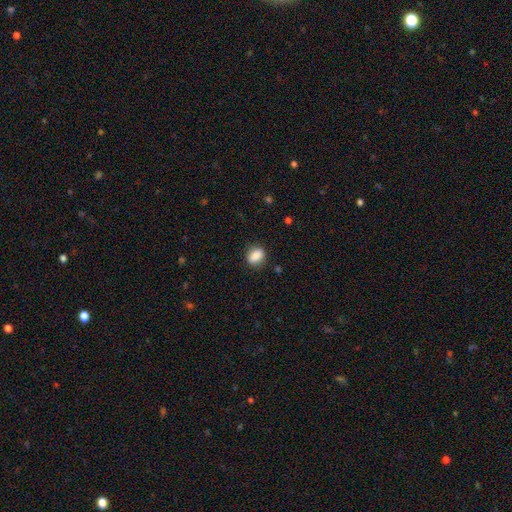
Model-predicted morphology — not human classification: type=smooth (86%); roundness=in between (59%); merging=none (82%).